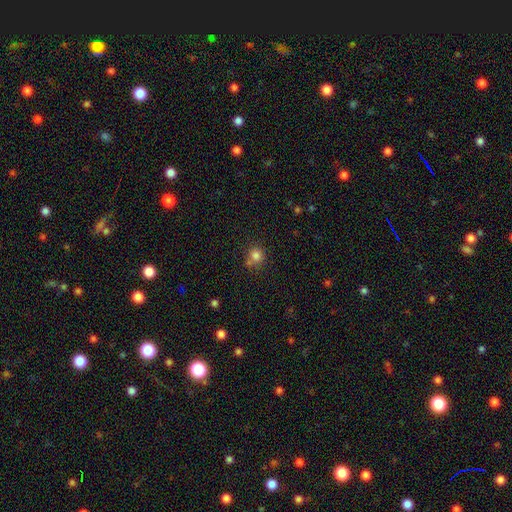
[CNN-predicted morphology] smooth_or_featured: smooth (p=0.81) [alt: star or artifact p=0.13]
how_rounded: round (p=0.87) [alt: in between p=0.12]
merging: none (p=0.66) [alt: merger p=0.18]